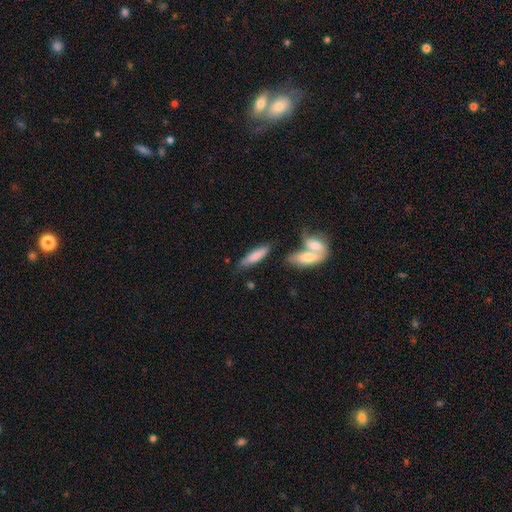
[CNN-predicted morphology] smooth 73%, featured or disk 21%, star or artifact 6%. Down the decision tree: how rounded — cigar-shaped (66%); merging — none (65%).